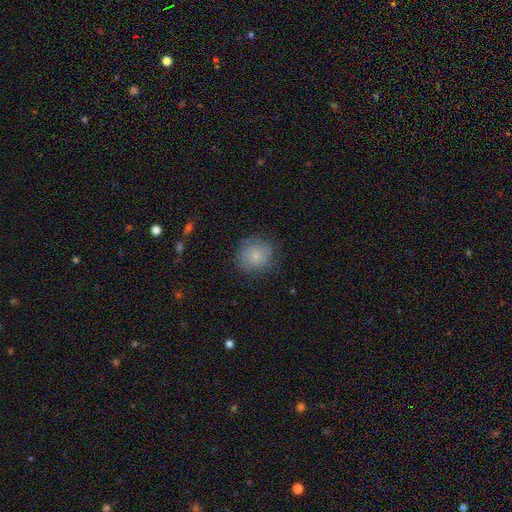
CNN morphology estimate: type=smooth (77%); roundness=round (84%); merging=none (75%).